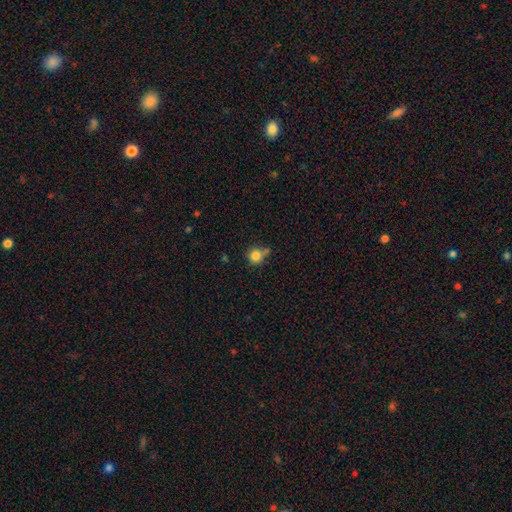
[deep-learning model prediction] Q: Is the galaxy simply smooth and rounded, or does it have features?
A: smooth — 82%.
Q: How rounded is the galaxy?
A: round — 90%.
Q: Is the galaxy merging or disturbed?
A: none — 60%.